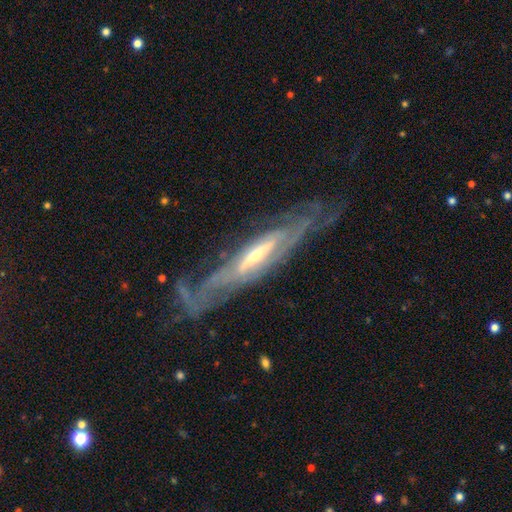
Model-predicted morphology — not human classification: Overall: featured or disk (86%). Edge-on disk: no (63%; yes 37%). Bar: strong (35%, tied with no). Spiral arms: yes (88%). Bulge size: small (53%; moderate 40%). Merging: none (59%; minor disturbance 20%).